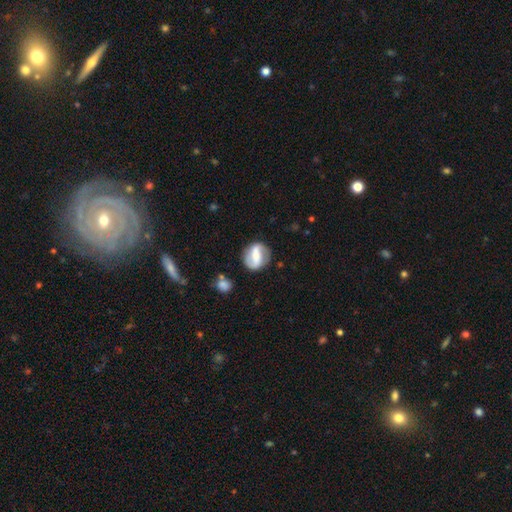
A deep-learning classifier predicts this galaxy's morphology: Smooth or featured: featured or disk — 66% (smooth — 28%)
Edge-on disk: no — 95% (yes — 5%)
Bar: strong — 60% (weak — 26%)
Spiral arms: yes — 75% (no — 25%)
Bulge size: moderate — 37% (small — 36%)
Merging: none — 76% (minor disturbance — 15%)